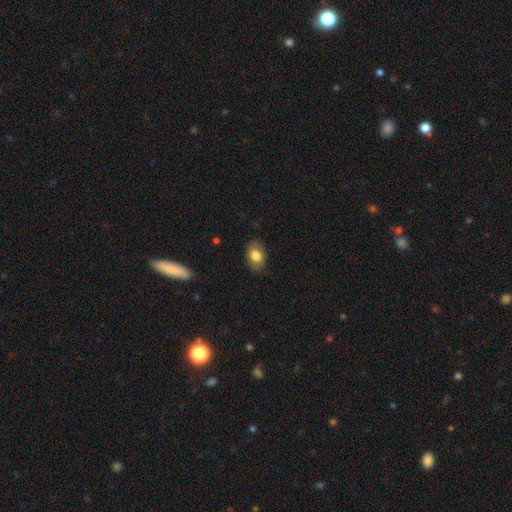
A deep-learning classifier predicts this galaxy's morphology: This appears to be a smooth galaxy with no disk features (80%) that is in between round and cigar-shaped (83%). Merging: none (83%).